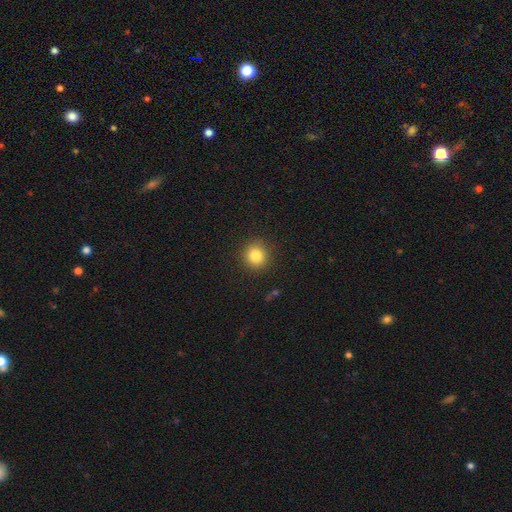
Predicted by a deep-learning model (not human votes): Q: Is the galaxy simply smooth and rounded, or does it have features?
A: smooth — 83%.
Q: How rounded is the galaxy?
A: round — 90%.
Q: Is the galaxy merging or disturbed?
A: none — 90%.